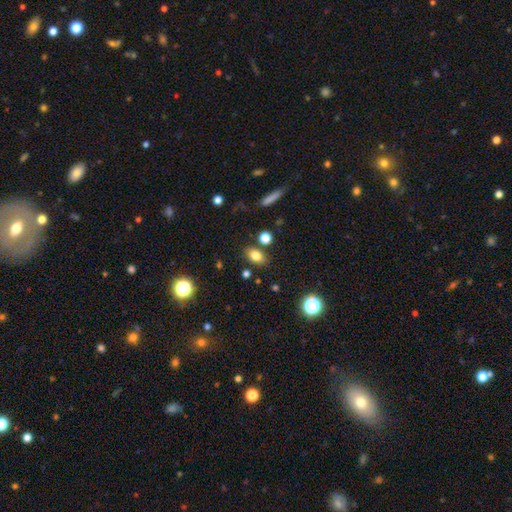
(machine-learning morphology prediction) type=smooth (79%); roundness=in between (78%); merging=none (80%).